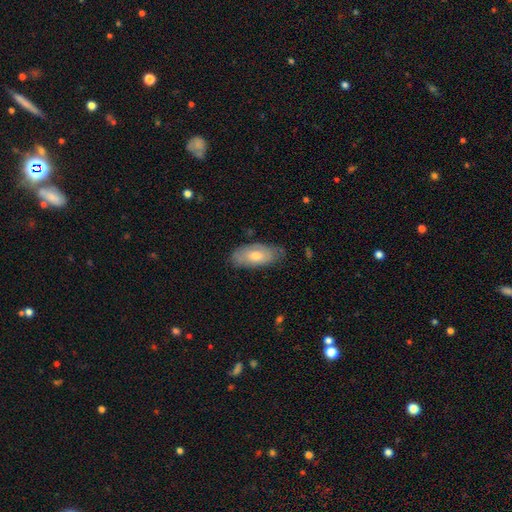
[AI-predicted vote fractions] Smooth or featured: smooth — 63% (featured or disk — 31%)
How rounded: in between — 89% (cigar-shaped — 9%)
Merging: none — 76% (minor disturbance — 20%)